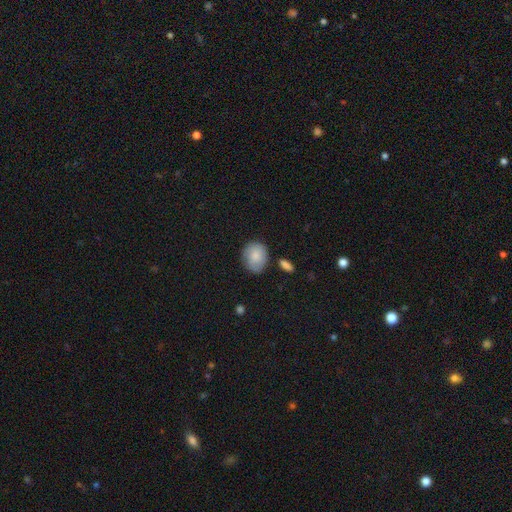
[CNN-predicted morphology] smooth_or_featured: smooth (p=0.80) [alt: featured or disk p=0.14]
how_rounded: round (p=0.59) [alt: in between p=0.40]
merging: none (p=0.71) [alt: minor disturbance p=0.20]